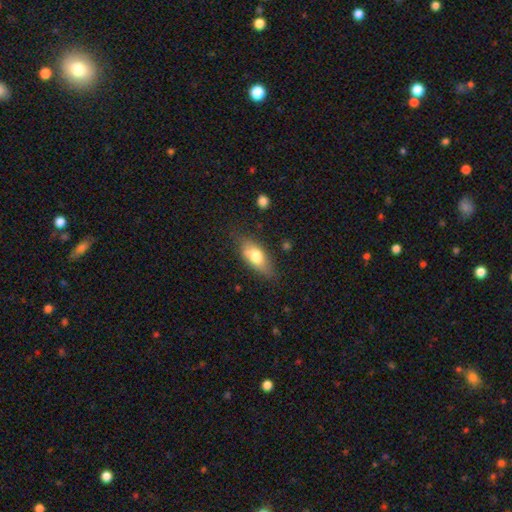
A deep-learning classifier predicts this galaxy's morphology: This appears to be a smooth galaxy with no disk features (72%) that is in between round and cigar-shaped (82%). Merging: none (71%).